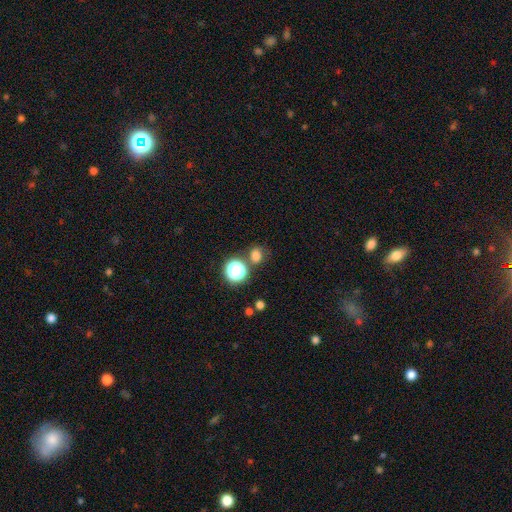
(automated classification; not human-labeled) Smooth or featured? smooth (73%)
How rounded? round (70%)
Merging? none (68%)